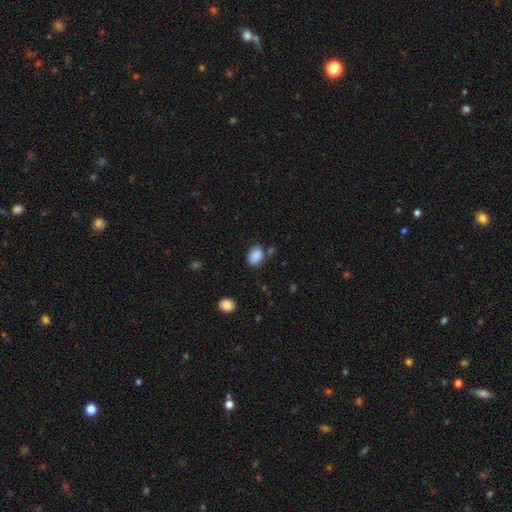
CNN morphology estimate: The model was most divided on "merging": none: 70%, minor disturbance: 19%, merger: 6%, major disturbance: 4%. More confident: smooth or featured — smooth (88%); how rounded — in between (79%).